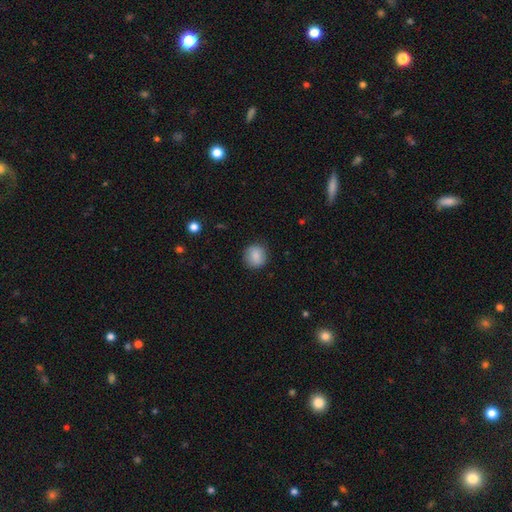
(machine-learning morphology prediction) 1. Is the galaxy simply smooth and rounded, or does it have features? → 86% smooth, 8% star or artifact, 6% featured or disk.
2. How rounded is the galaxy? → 87% round, 12% in between, 1% cigar-shaped.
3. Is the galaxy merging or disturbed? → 87% none, 10% minor disturbance, 3% major disturbance, 1% merger.